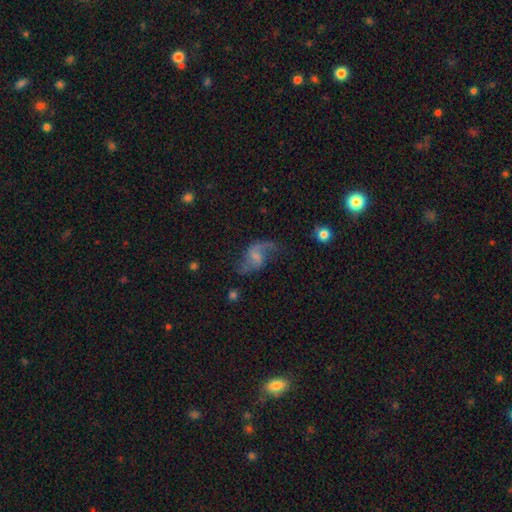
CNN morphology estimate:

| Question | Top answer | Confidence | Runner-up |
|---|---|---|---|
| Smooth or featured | featured or disk | 78% | smooth (14%) |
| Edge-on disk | no | 97% | yes (3%) |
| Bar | weak | 51% | no (33%) |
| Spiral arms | yes | 92% | no (8%) |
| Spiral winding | loose | 80% | medium (17%) |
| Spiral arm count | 2 | 86% | 1 (8%) |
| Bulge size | none | 40% | small (33%) |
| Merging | none | 57% | minor disturbance (20%) |